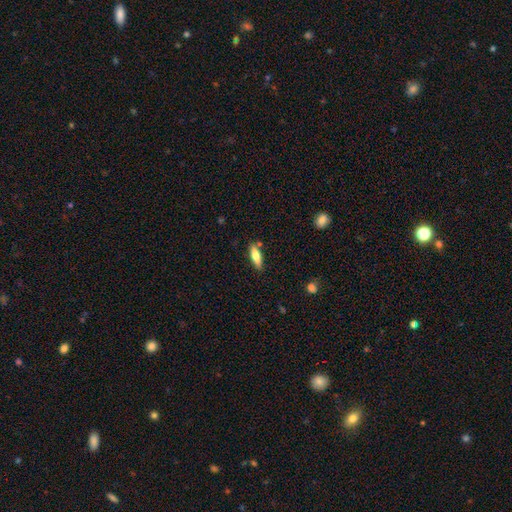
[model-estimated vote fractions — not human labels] smooth 65%, featured or disk 28%, star or artifact 6%. Down the decision tree: how rounded — cigar-shaped (52%); merging — none (82%).